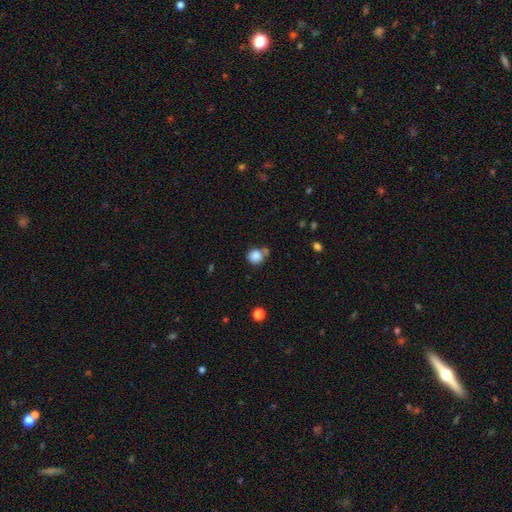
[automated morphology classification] This is clearly a smooth galaxy (85%). How rounded: clearly round (84%). Merging: possibly none (56%).